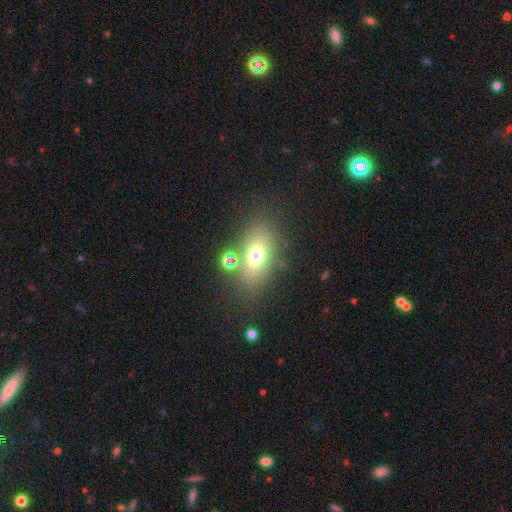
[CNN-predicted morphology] Overall: smooth (66%). How rounded: in between (75%). Merging: none (75%).